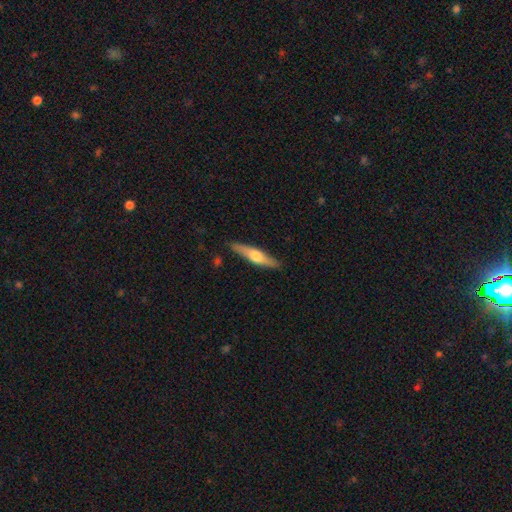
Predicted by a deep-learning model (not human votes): A featured or disk galaxy (52%) viewed edge-on (93%). Merging: none (88%).